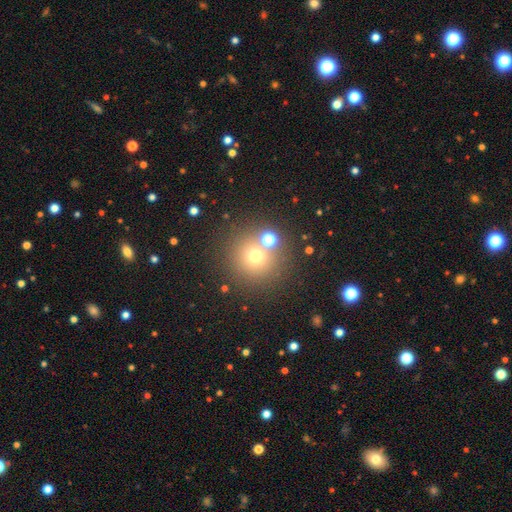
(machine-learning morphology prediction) A smooth galaxy with no disk features (67%) that is round (94%). Merging: none (75%).